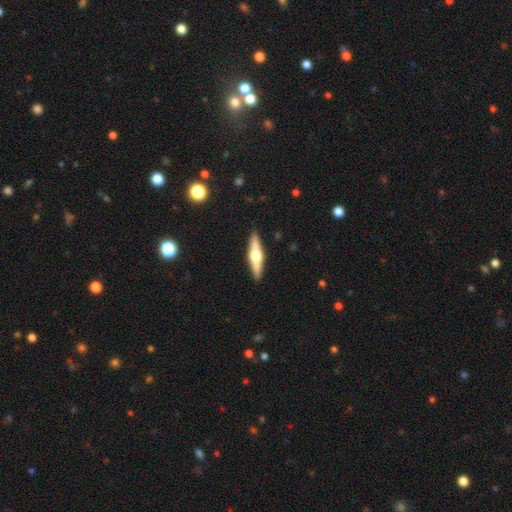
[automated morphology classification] smooth-or-featured: featured or disk: 65% | smooth: 29% | star or artifact: 5%
  disk-edge-on: yes: 97% | no: 3%
    edge-on-bulge: rounded: 95% | boxy: 4% | none: 2%
  merging: none: 91% | minor disturbance: 6% | major disturbance: 1% | merger: 1%